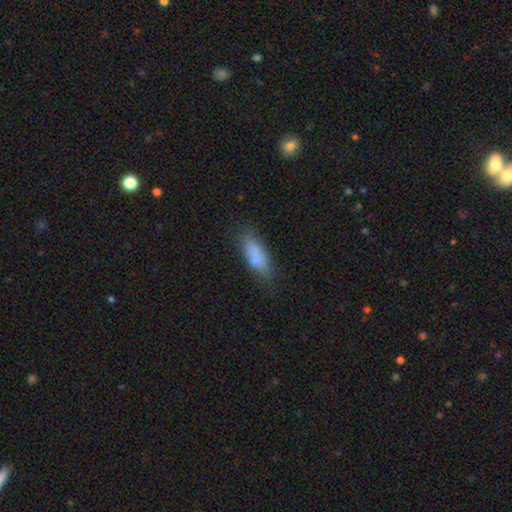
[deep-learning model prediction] Smooth or featured? Predicted: smooth (p=0.79). How rounded? Predicted: in between (p=0.66). Merging? Predicted: none (p=0.71).